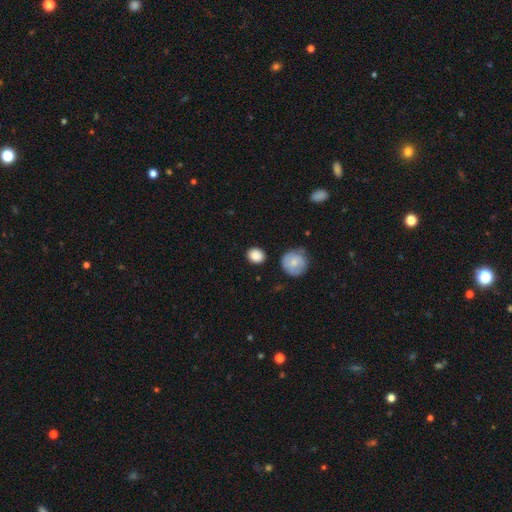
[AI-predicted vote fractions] The model was most divided on "how rounded": round: 66%, in between: 33%, cigar-shaped: 1%. More confident: smooth or featured — smooth (86%); merging — none (82%).